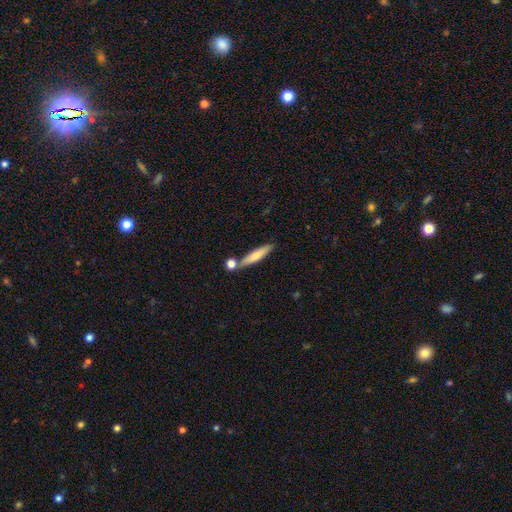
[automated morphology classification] This is likely a smooth galaxy (69%). How rounded: clearly cigar-shaped (86%). Merging: likely none (72%).